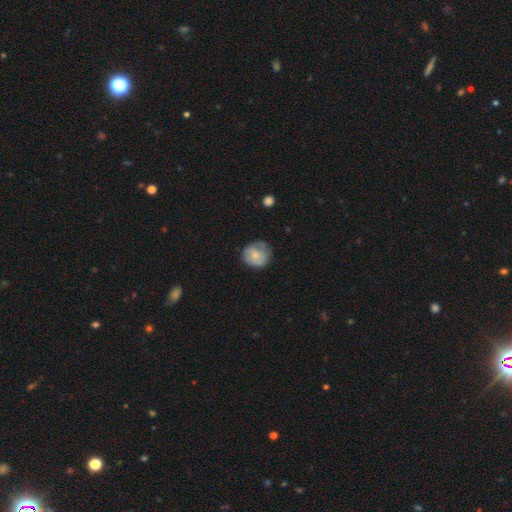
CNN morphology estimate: Smooth or featured? smooth (70%)
How rounded? round (86%)
Merging? none (64%)